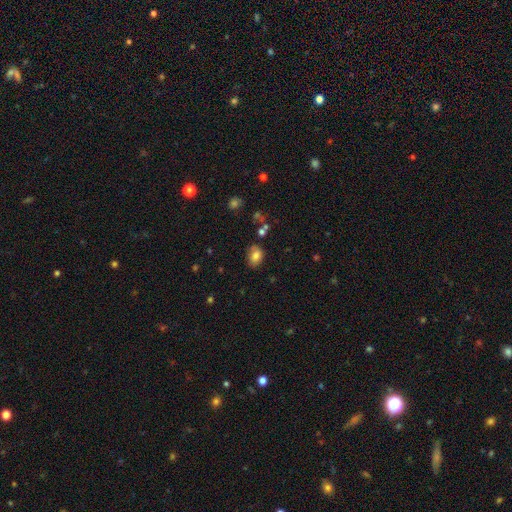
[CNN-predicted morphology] The model was most divided on "how rounded": in between: 66%, round: 33%, cigar-shaped: 1%. More confident: smooth or featured — smooth (79%); merging — none (72%).